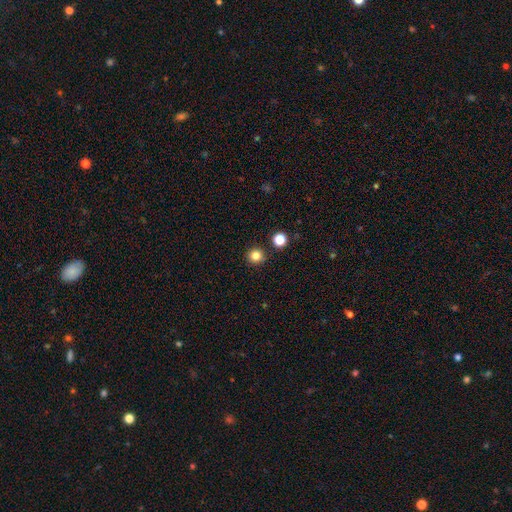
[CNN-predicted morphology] A smooth galaxy with no disk features (82%) that is round (94%). Merging: none (90%).